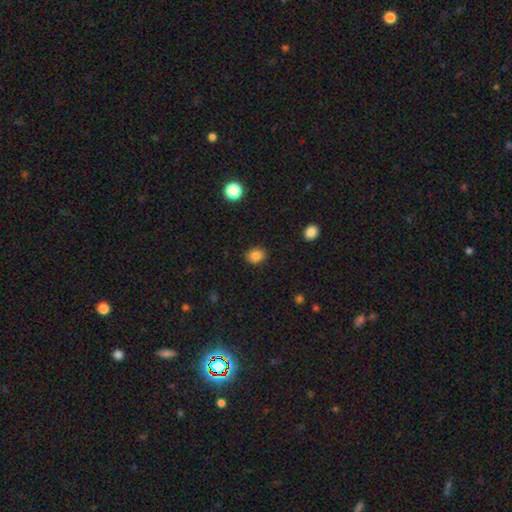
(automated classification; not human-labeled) smooth-or-featured: smooth: 84% | star or artifact: 10% | featured or disk: 5%
  how-rounded: round: 66% | in between: 34% | cigar-shaped: 1%
  merging: none: 88% | minor disturbance: 9% | major disturbance: 2% | merger: 1%